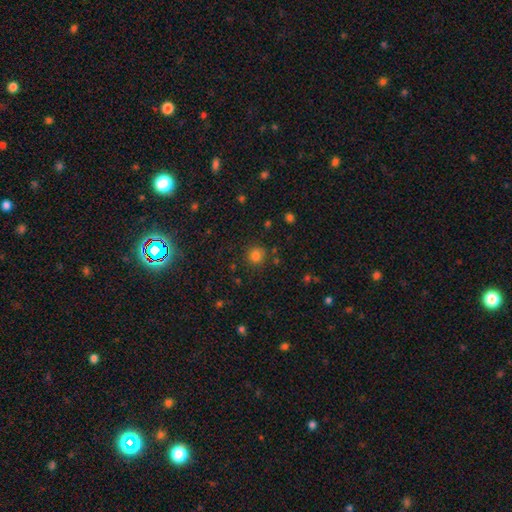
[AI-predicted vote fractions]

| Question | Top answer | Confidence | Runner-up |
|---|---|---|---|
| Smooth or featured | smooth | 81% | star or artifact (14%) |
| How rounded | round | 89% | in between (10%) |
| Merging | none | 83% | minor disturbance (10%) |